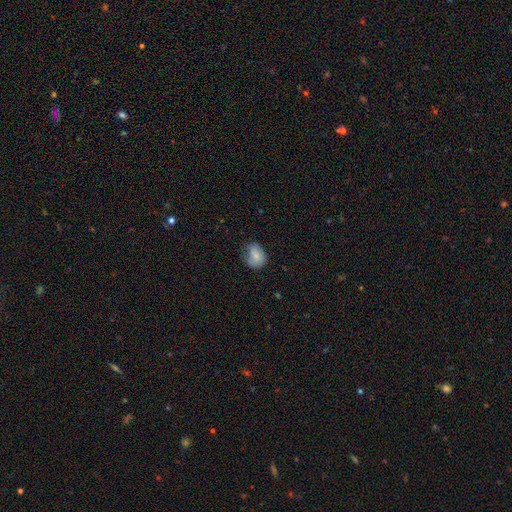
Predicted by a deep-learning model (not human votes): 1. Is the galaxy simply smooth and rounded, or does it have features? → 78% smooth, 14% featured or disk, 8% star or artifact.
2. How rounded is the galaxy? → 57% in between, 42% round, 1% cigar-shaped.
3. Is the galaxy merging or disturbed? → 54% none, 33% minor disturbance, 11% major disturbance, 2% merger.